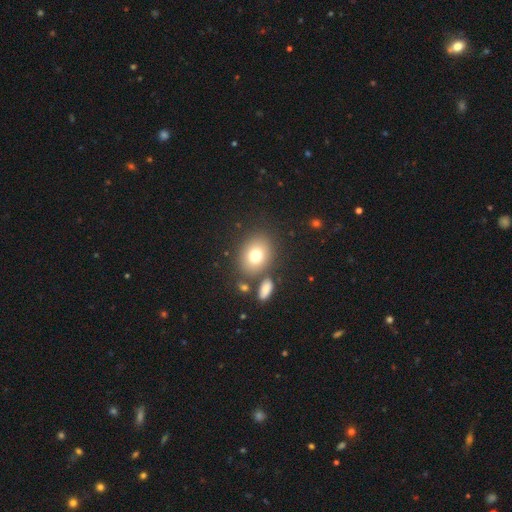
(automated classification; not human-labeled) Smooth or featured? smooth (76%)
How rounded? in between (53%)
Merging? none (74%)